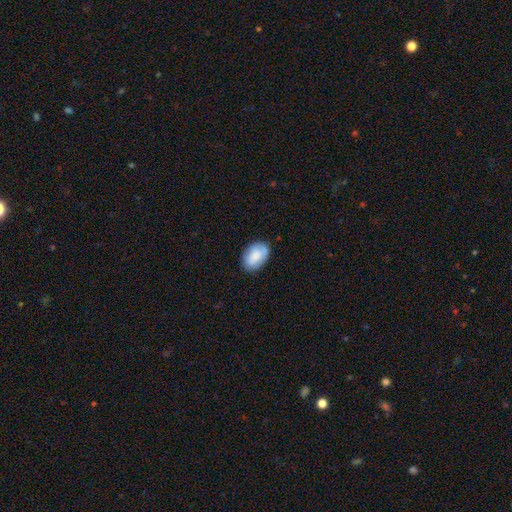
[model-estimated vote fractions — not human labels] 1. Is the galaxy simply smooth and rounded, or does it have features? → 78% smooth, 15% featured or disk, 7% star or artifact.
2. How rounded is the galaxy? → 89% in between, 10% round, 1% cigar-shaped.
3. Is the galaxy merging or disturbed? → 78% none, 17% minor disturbance, 4% major disturbance, 1% merger.